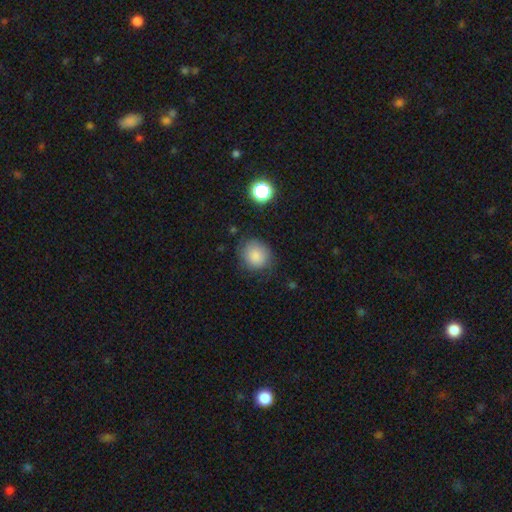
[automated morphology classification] A smooth galaxy with no disk features (84%) that is round (79%). Merging: none (74%).